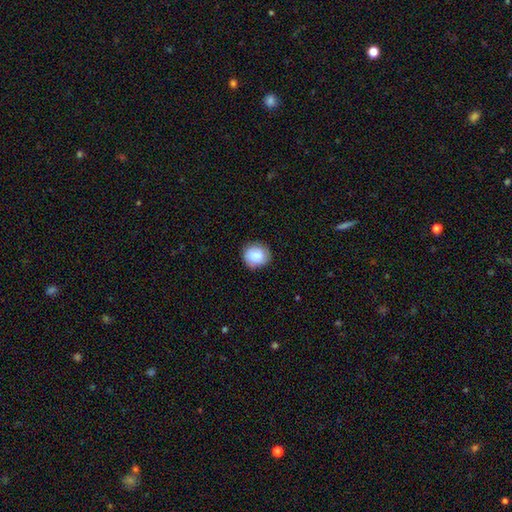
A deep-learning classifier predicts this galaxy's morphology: type=smooth (81%); roundness=round (86%); merging=none (85%).